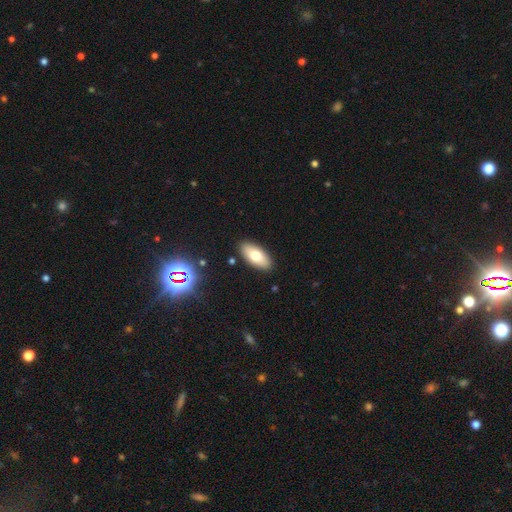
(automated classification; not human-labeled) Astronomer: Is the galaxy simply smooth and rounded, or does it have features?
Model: smooth — 72%.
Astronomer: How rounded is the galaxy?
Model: in between — 89%.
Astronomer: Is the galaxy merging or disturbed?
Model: none — 89%.